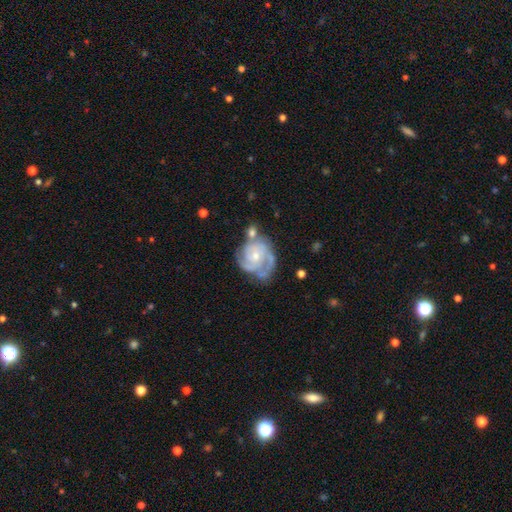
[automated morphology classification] Smooth or featured: featured or disk — 87% (smooth — 8%)
Edge-on disk: no — 98% (yes — 2%)
Bar: no — 72% (weak — 24%)
Spiral arms: yes — 97% (no — 3%)
Spiral winding: tight — 63% (medium — 32%)
Spiral arm count: 3 — 42% (2 — 28%)
Bulge size: small — 60% (moderate — 35%)
Merging: none — 54% (minor disturbance — 23%)